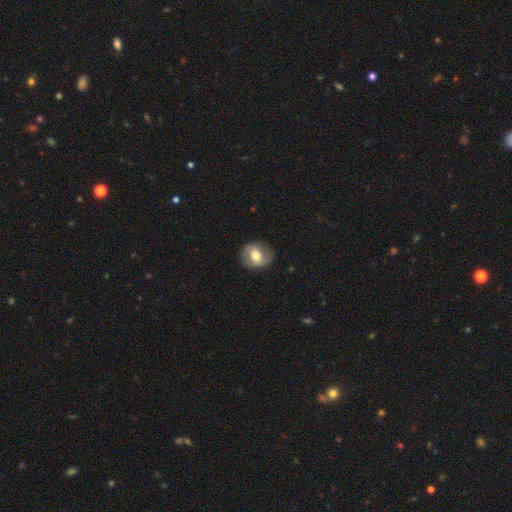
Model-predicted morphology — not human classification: Q: Smooth or featured?
A: smooth (48%); runner-up: featured or disk (45%)
Q: Merging?
A: none (81%); runner-up: minor disturbance (13%)